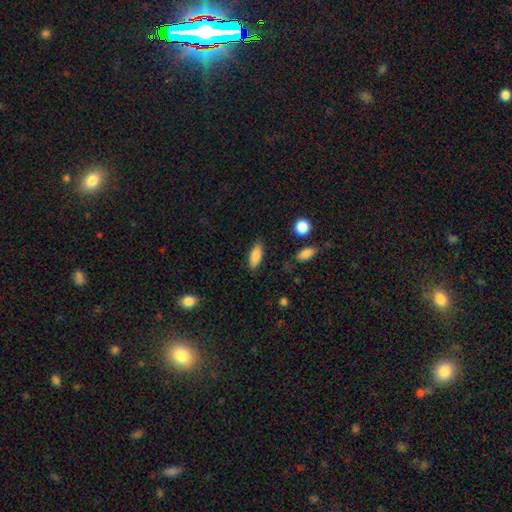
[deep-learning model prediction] A smooth galaxy with no disk features (84%) that is in between round and cigar-shaped (75%).

Vote fractions:
- Smooth or featured? smooth: 84% / featured or disk: 9% / star or artifact: 7%
- How rounded? in between: 75% / cigar-shaped: 23% / round: 2%
- Merging? none: 84% / minor disturbance: 11% / major disturbance: 3% / merger: 2%